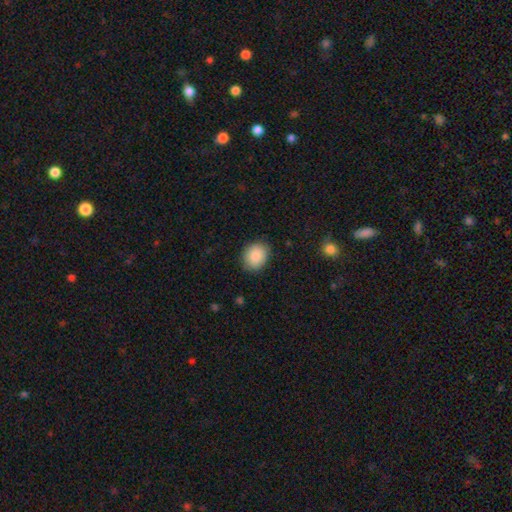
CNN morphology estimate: smooth-or-featured: smooth: 87% | star or artifact: 8% | featured or disk: 5%
  how-rounded: round: 58% | in between: 41% | cigar-shaped: 1%
  merging: none: 85% | minor disturbance: 11% | major disturbance: 3% | merger: 1%